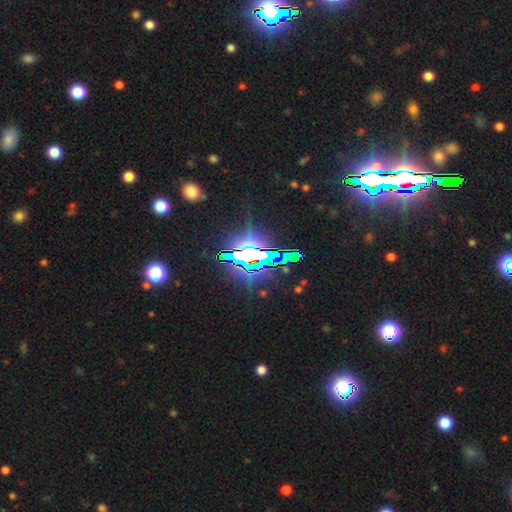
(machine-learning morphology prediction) type=star or artifact (84%).